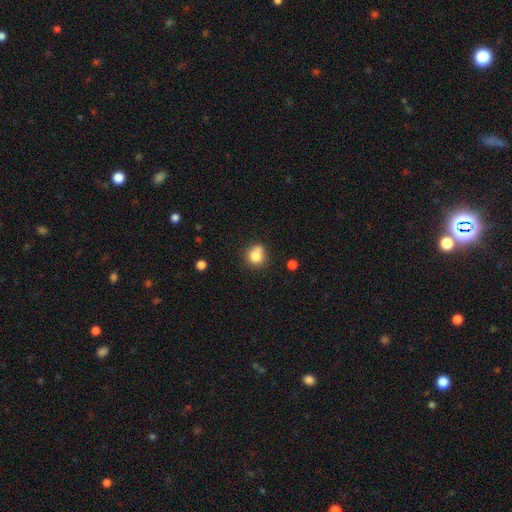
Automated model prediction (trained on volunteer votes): Smooth or featured: smooth — 79% (star or artifact — 11%)
How rounded: round — 83% (in between — 17%)
Merging: none — 56% (minor disturbance — 20%)